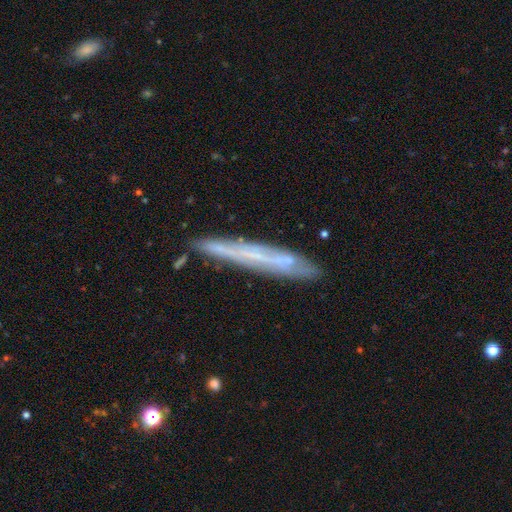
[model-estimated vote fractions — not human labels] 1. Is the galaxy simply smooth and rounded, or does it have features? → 53% featured or disk, 39% smooth, 8% star or artifact.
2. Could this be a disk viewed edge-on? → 84% yes, 16% no.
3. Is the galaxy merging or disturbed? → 82% none, 13% minor disturbance, 3% major disturbance, 2% merger.